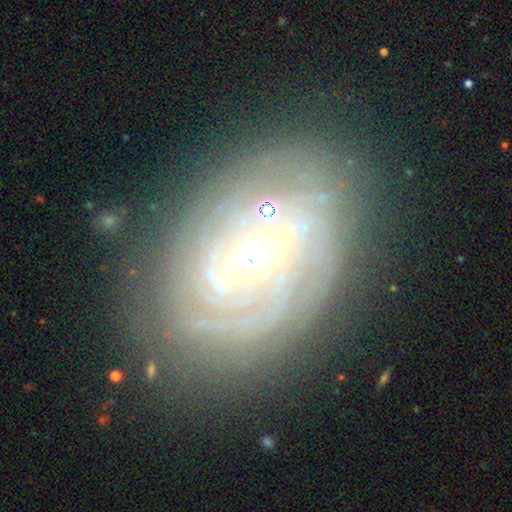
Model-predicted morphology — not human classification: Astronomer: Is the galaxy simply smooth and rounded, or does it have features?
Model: featured or disk — 83%.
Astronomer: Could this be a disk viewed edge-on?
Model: no — 95%.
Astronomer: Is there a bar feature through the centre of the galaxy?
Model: weak — 43% (runner-up: strong, 30%).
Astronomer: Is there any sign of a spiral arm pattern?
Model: yes — 90%.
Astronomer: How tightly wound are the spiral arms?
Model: tight — 71%.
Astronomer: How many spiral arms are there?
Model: can't tell — 39% (runner-up: 2, 21%).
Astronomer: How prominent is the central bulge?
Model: moderate — 66%.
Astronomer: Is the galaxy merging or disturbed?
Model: none — 75%.